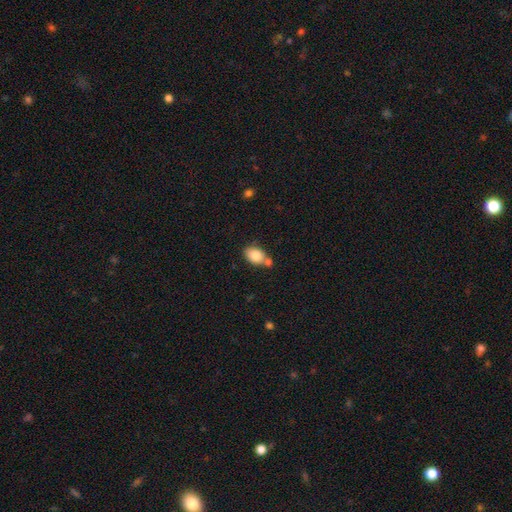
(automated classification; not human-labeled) The model was most divided on "merging": none: 56%, merger: 25%, minor disturbance: 15%, major disturbance: 4%. More confident: smooth or featured — smooth (81%); how rounded — in between (79%).